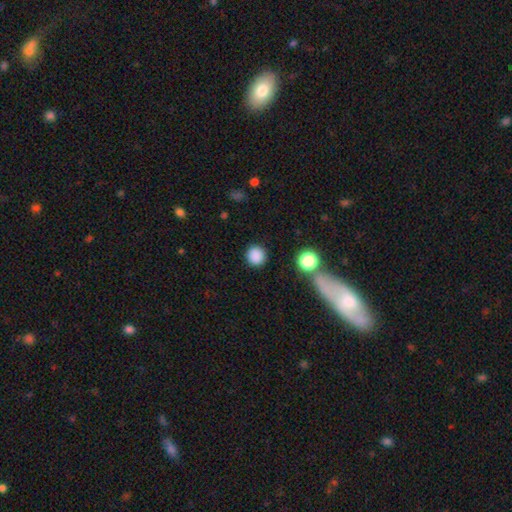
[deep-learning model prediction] Q: Smooth or featured?
A: smooth (85%); runner-up: star or artifact (11%)
Q: How rounded?
A: round (94%); runner-up: in between (5%)
Q: Merging?
A: none (89%); runner-up: minor disturbance (6%)